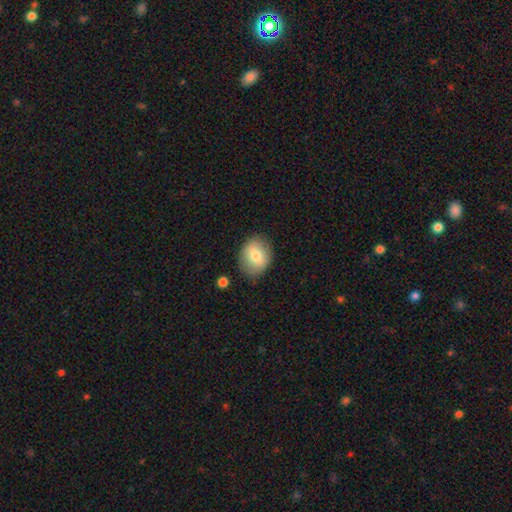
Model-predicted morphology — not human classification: Overall: smooth (73%). How rounded: in between (52%; round 47%). Merging: none (82%).